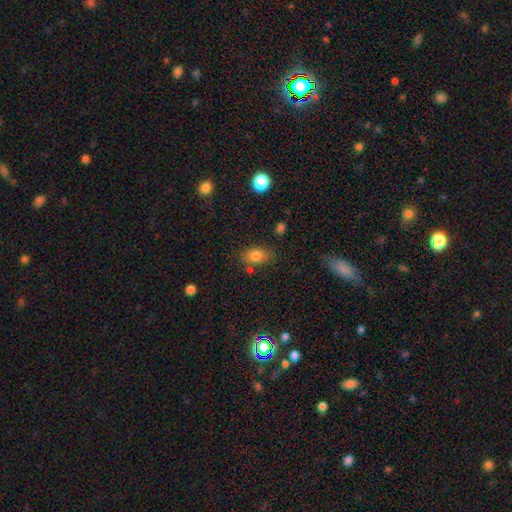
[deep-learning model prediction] Smooth or featured? smooth (80%)
How rounded? in between (80%)
Merging? none (74%)